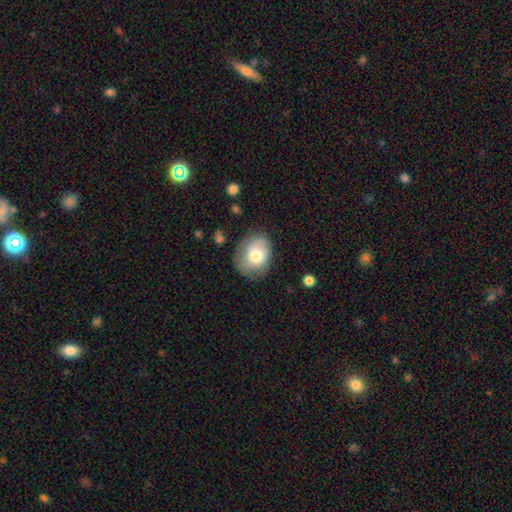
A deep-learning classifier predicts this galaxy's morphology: smooth_or_featured: smooth (p=0.71) [alt: featured or disk p=0.22]
how_rounded: in between (p=0.59) [alt: round p=0.40]
merging: none (p=0.68) [alt: minor disturbance p=0.23]